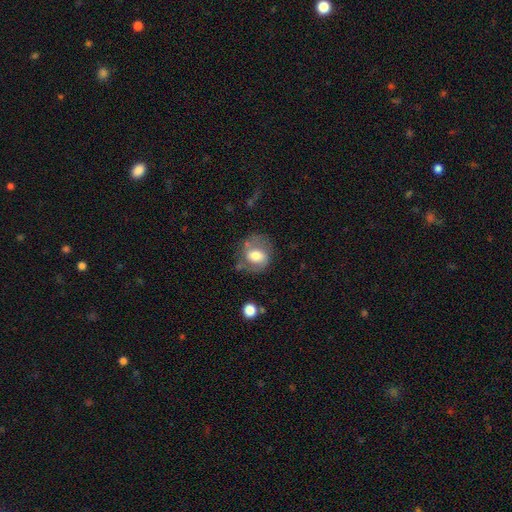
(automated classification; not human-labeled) Morphology: type=smooth (49%); merging=none (56%).